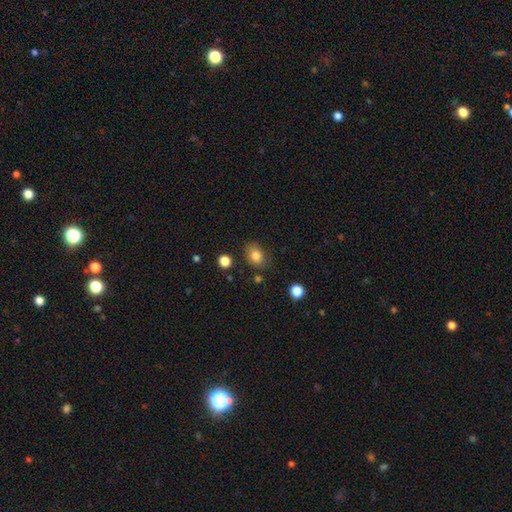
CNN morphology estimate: smooth-or-featured: smooth: 82% | star or artifact: 11% | featured or disk: 8%
  how-rounded: in between: 64% | round: 35% | cigar-shaped: 1%
  merging: none: 76% | minor disturbance: 17% | major disturbance: 4% | merger: 3%